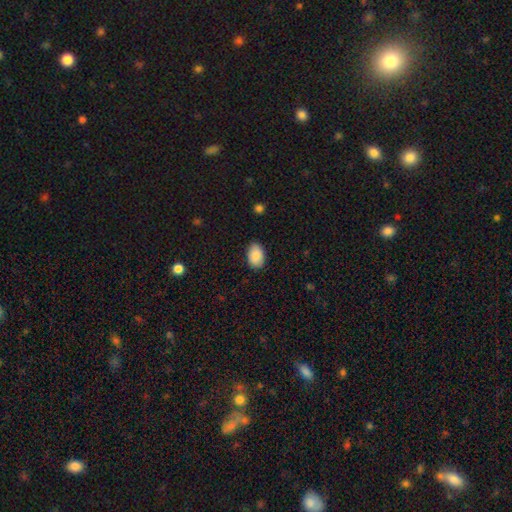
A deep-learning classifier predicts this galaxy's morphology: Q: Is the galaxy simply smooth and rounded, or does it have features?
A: smooth — 89%.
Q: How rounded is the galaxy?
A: in between — 89%.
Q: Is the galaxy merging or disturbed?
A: none — 85%.